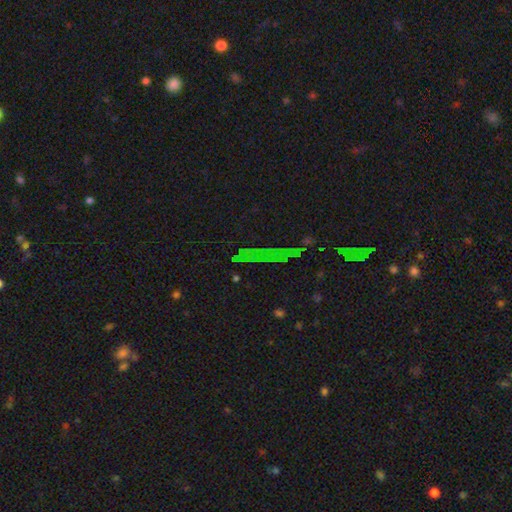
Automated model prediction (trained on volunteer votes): Q: Smooth or featured?
A: star or artifact (65%); runner-up: smooth (19%)